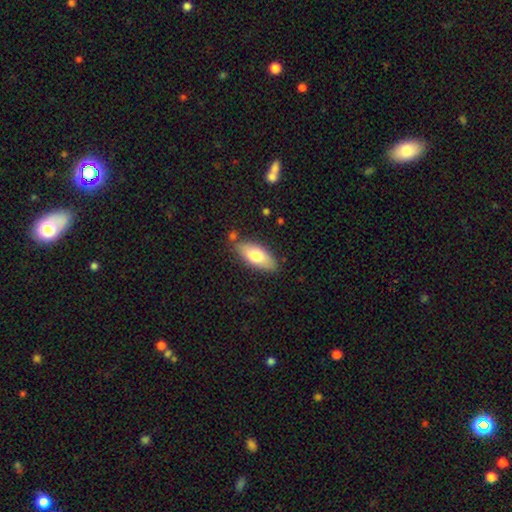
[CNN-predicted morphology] The model was most divided on "smooth or featured": smooth: 72%, featured or disk: 22%, star or artifact: 6%. More confident: how rounded — in between (80%); merging — none (78%).